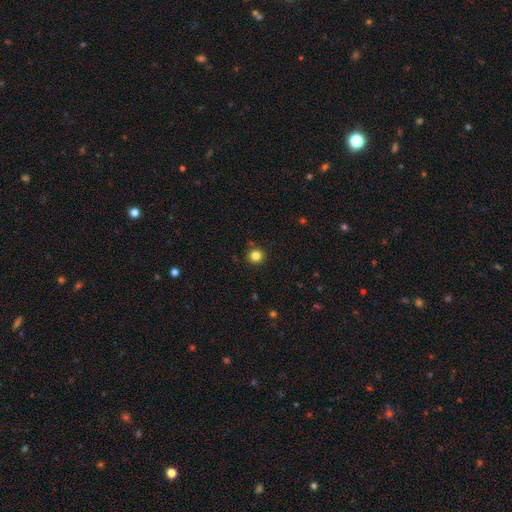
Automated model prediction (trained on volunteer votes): smooth_or_featured: smooth (p=0.83) [alt: star or artifact p=0.13]
how_rounded: round (p=0.93) [alt: in between p=0.06]
merging: none (p=0.91) [alt: minor disturbance p=0.06]